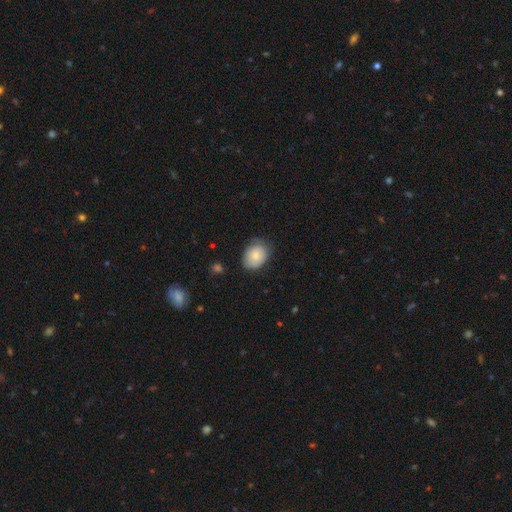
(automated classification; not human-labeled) smooth-or-featured: smooth: 82% | featured or disk: 11% | star or artifact: 7%
  how-rounded: in between: 65% | round: 34% | cigar-shaped: 1%
  merging: none: 73% | minor disturbance: 21% | major disturbance: 4% | merger: 1%